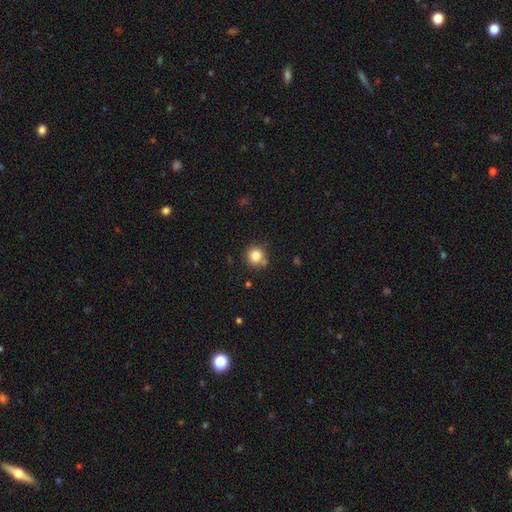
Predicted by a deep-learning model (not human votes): smooth-or-featured: smooth: 81% | star or artifact: 11% | featured or disk: 7%
  how-rounded: round: 92% | in between: 7% | cigar-shaped: 1%
  merging: none: 77% | minor disturbance: 12% | merger: 8% | major disturbance: 3%